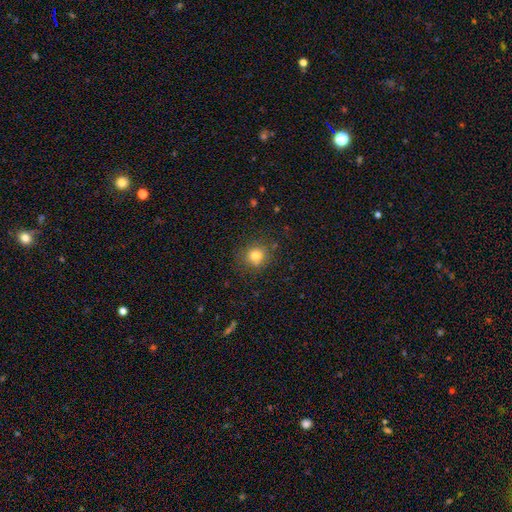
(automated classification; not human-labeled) smooth-or-featured: smooth: 78% | star or artifact: 14% | featured or disk: 8%
  how-rounded: round: 83% | in between: 16% | cigar-shaped: 1%
  merging: none: 83% | minor disturbance: 12% | major disturbance: 4% | merger: 2%